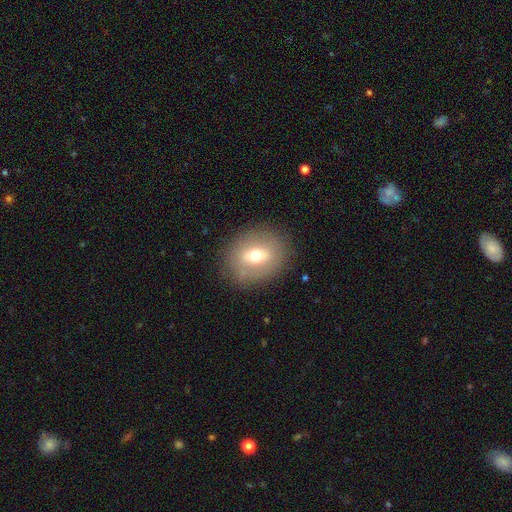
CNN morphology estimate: Smooth or featured? smooth (54%)
How rounded? round (59%)
Merging? none (82%)